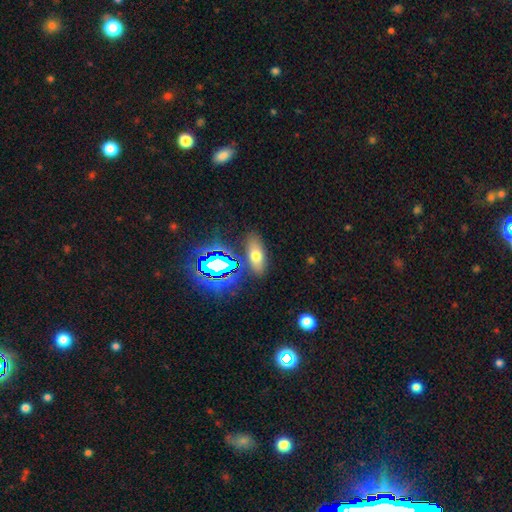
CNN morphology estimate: smooth_or_featured: smooth (p=0.57) [alt: star or artifact p=0.26]
how_rounded: in between (p=0.77) [alt: cigar-shaped p=0.14]
merging: none (p=0.83) [alt: minor disturbance p=0.10]